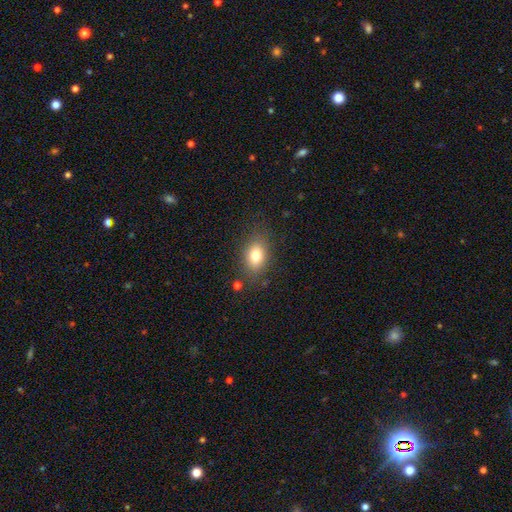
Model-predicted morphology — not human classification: Smooth or featured?
  - smooth: 79% *
  - featured or disk: 11%
  - star or artifact: 10%
How rounded?
  - in between: 78% *
  - round: 19%
  - cigar-shaped: 2%
Merging?
  - none: 81% *
  - minor disturbance: 13%
  - major disturbance: 4%
  - merger: 2%